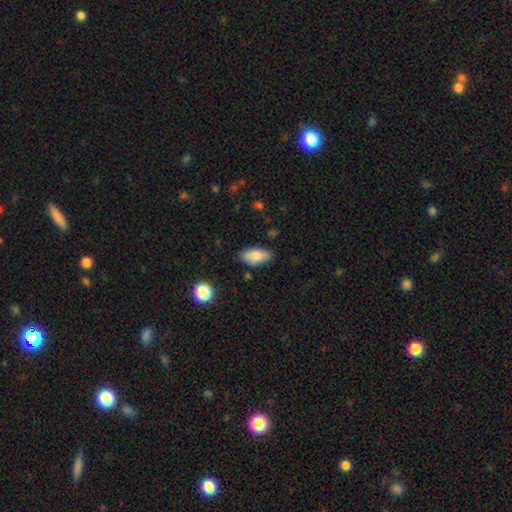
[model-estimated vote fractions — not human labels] Overall: smooth (81%). How rounded: in between (88%). Merging: none (82%).